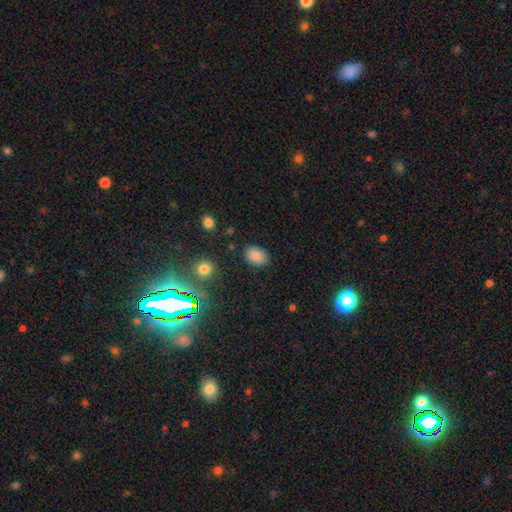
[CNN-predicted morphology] This appears to be a smooth galaxy with no disk features (84%) that is in between round and cigar-shaped (81%). Merging: none (85%).